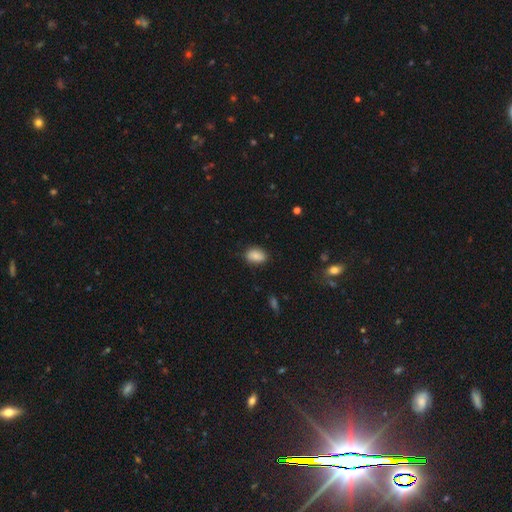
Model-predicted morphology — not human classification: This appears to be a smooth galaxy with no disk features (85%) that is in between round and cigar-shaped (85%). Merging: none (78%).